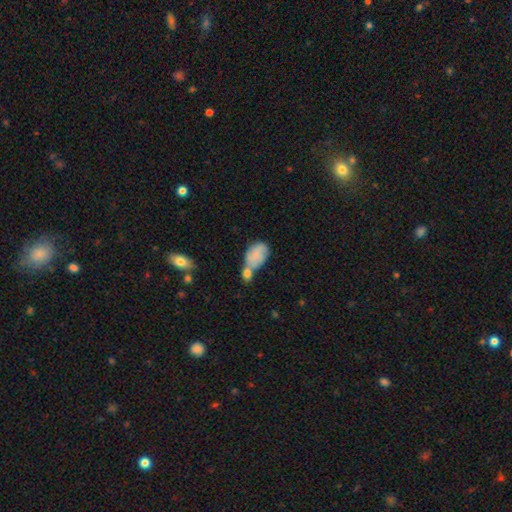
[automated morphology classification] A smooth galaxy with no disk features (72%) that is in between round and cigar-shaped (86%).

Vote fractions:
- Smooth or featured? smooth: 72% / featured or disk: 21% / star or artifact: 7%
- How rounded? in between: 86% / round: 12% / cigar-shaped: 2%
- Merging? merger: 54% / none: 22% / minor disturbance: 16% / major disturbance: 8%